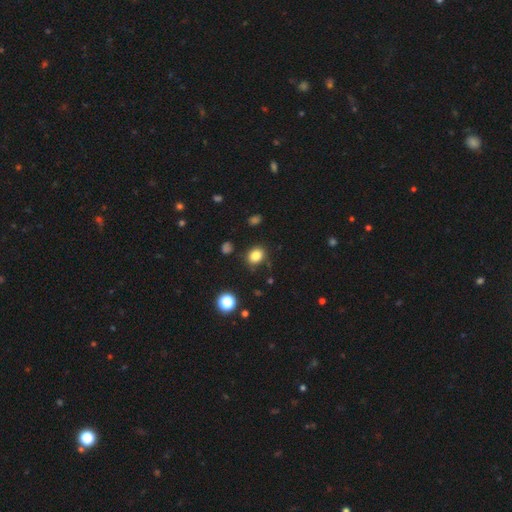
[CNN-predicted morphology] Smooth or featured: smooth — 83% (star or artifact — 12%)
How rounded: round — 53% (in between — 46%)
Merging: none — 82% (minor disturbance — 12%)